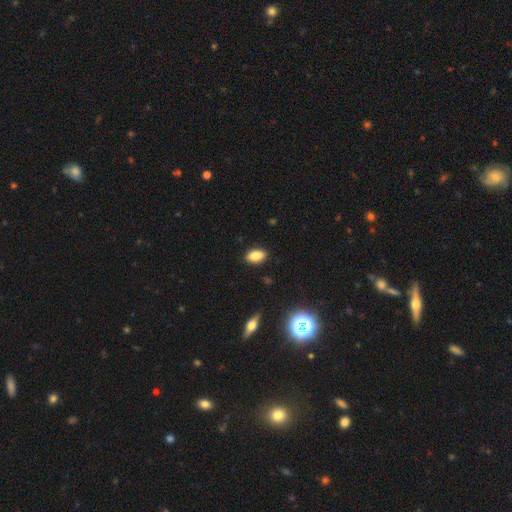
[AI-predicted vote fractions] Overall: smooth (85%). How rounded: in between (91%). Merging: none (89%).